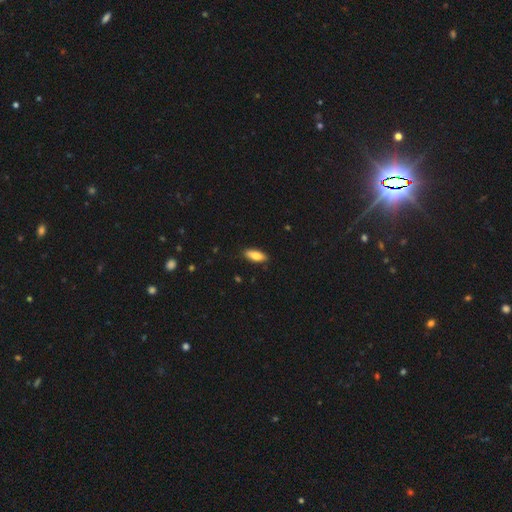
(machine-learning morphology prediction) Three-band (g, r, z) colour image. It shows a smooth galaxy with no disk features (78%) that is in between round and cigar-shaped (76%). Merging: none (88%).